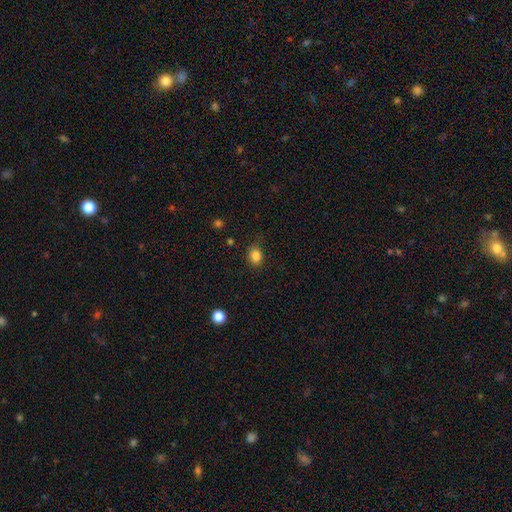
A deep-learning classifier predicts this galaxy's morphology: Q: Smooth or featured?
A: smooth (84%); runner-up: star or artifact (11%)
Q: How rounded?
A: in between (50%); runner-up: round (49%)
Q: Merging?
A: none (81%); runner-up: minor disturbance (14%)